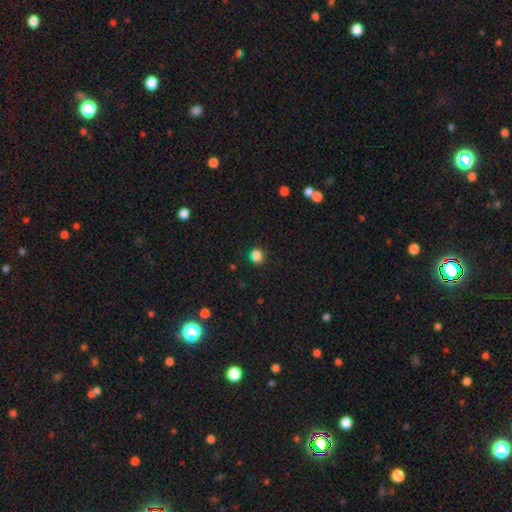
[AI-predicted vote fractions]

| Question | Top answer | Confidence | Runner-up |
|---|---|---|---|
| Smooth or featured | smooth | 79% | star or artifact (17%) |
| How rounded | round | 63% | in between (35%) |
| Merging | none | 78% | minor disturbance (13%) |